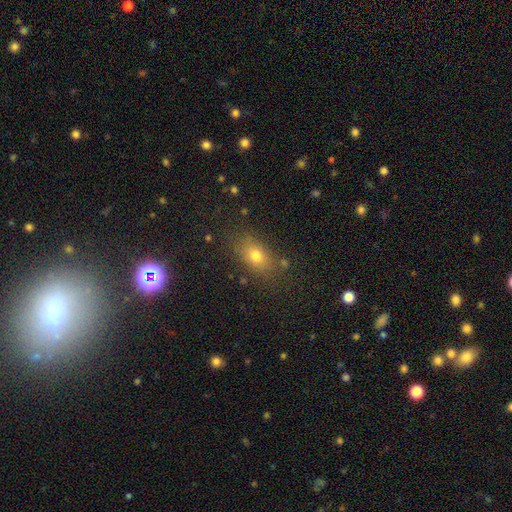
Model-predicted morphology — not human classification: smooth_or_featured: smooth (p=0.72) [alt: star or artifact p=0.15]
how_rounded: in between (p=0.75) [alt: round p=0.21]
merging: none (p=0.79) [alt: minor disturbance p=0.13]